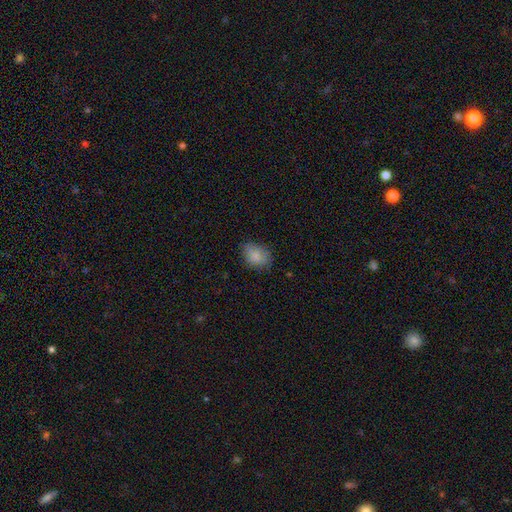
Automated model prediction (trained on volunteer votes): Morphology: type=smooth (84%); roundness=in between (64%); merging=none (71%).